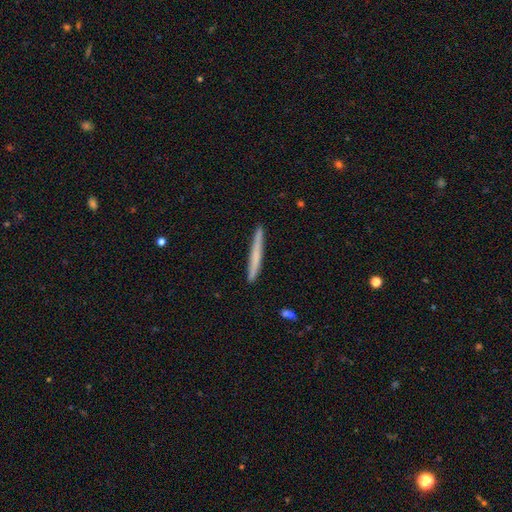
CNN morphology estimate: Smooth or featured: smooth — 59% (featured or disk — 35%)
How rounded: cigar-shaped — 97% (in between — 2%)
Merging: none — 90% (minor disturbance — 7%)